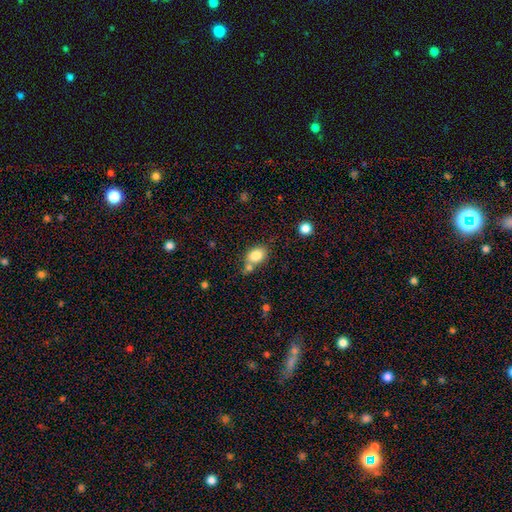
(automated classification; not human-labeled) The model was most divided on "merging": none: 57%, merger: 23%, minor disturbance: 15%, major disturbance: 4%. More confident: smooth or featured — smooth (82%); how rounded — in between (76%).